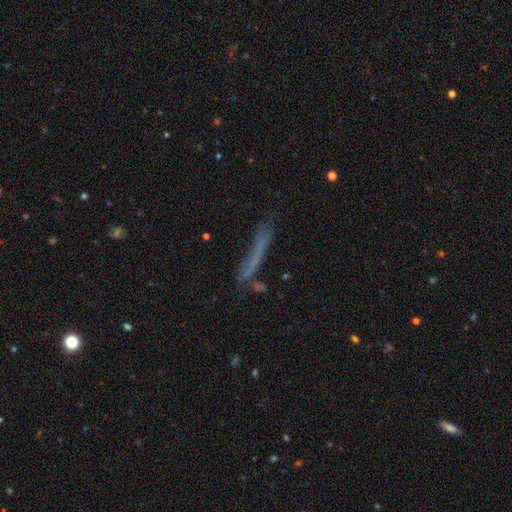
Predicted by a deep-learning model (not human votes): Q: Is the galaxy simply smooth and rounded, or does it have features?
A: smooth — 53%.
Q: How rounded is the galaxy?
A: cigar-shaped — 92%.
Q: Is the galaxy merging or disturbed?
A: none — 64%.